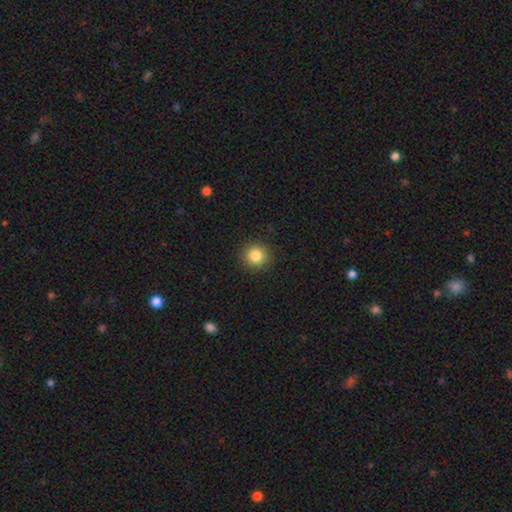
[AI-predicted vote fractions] Smooth or featured? Predicted: smooth (p=0.84). How rounded? Predicted: round (p=0.93). Merging? Predicted: none (p=0.91).